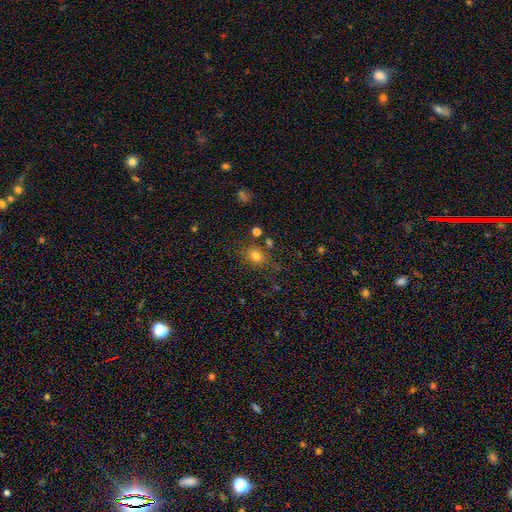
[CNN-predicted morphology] The model was most divided on "how rounded": round: 55%, in between: 44%, cigar-shaped: 1%. More confident: smooth or featured — smooth (79%); merging — none (75%).